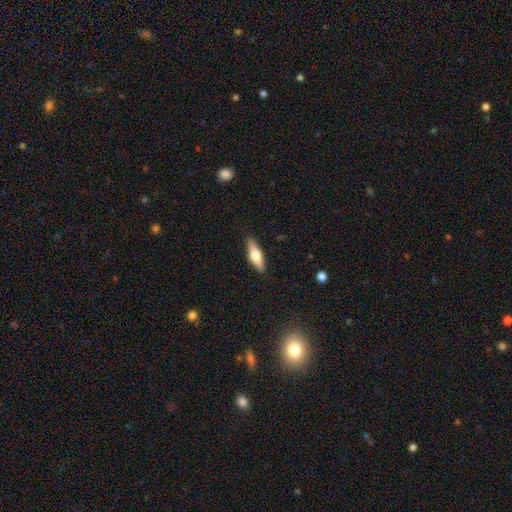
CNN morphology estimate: Smooth or featured: smooth — 52% (featured or disk — 42%)
How rounded: cigar-shaped — 54% (in between — 43%)
Merging: none — 88% (minor disturbance — 9%)